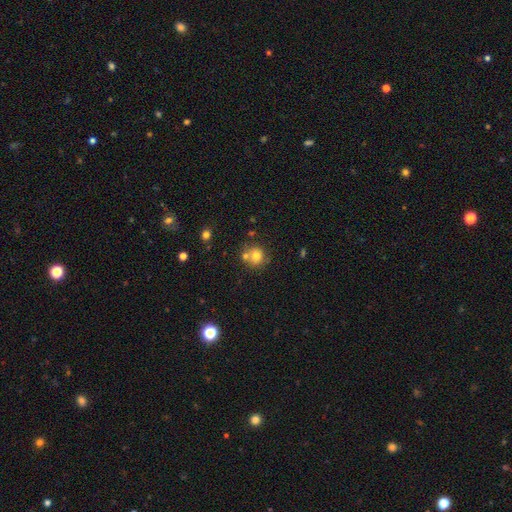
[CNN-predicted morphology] smooth-or-featured: smooth: 74% | featured or disk: 14% | star or artifact: 13%
  how-rounded: round: 84% | in between: 15% | cigar-shaped: 1%
  merging: none: 58% | merger: 27% | minor disturbance: 11% | major disturbance: 4%